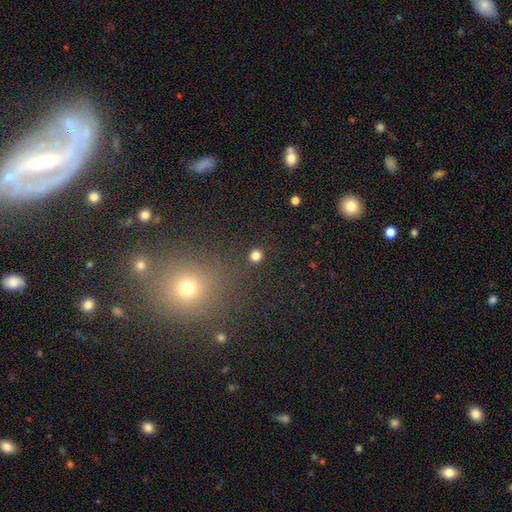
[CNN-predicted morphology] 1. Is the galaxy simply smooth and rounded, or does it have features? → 80% smooth, 15% star or artifact, 4% featured or disk.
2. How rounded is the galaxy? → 91% round, 8% in between, 1% cigar-shaped.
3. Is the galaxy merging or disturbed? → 90% none, 5% minor disturbance, 2% major disturbance, 2% merger.